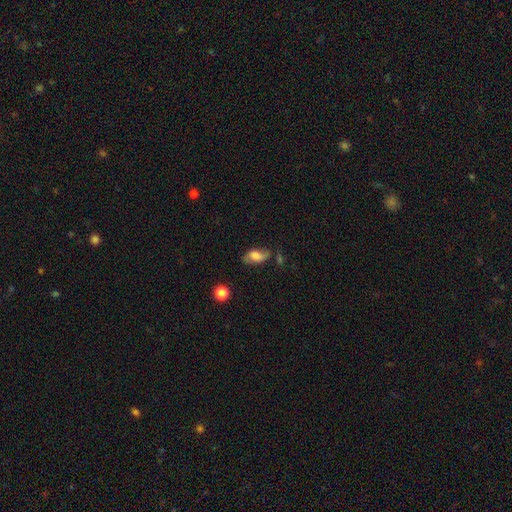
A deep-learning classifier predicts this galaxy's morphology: smooth_or_featured: smooth (p=0.53) [alt: featured or disk p=0.38]
how_rounded: in between (p=0.87) [alt: round p=0.08]
merging: none (p=0.56) [alt: minor disturbance p=0.28]